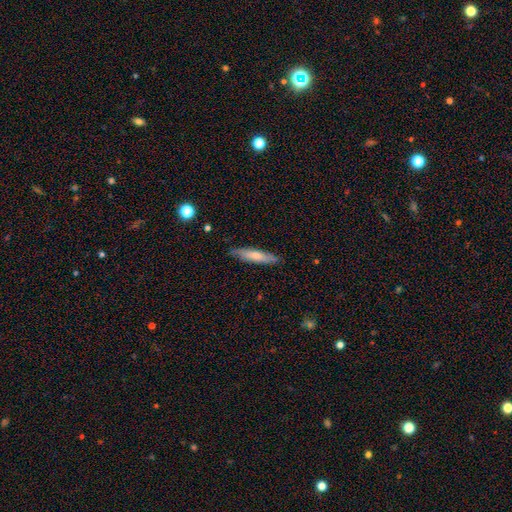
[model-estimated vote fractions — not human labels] Overall: smooth (63%; featured or disk 32%). How rounded: cigar-shaped (85%). Merging: none (83%).